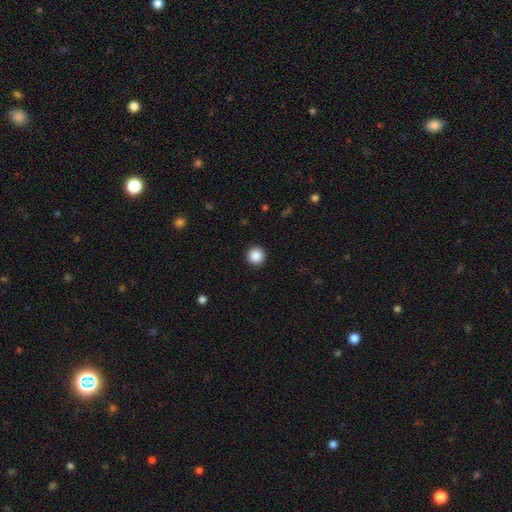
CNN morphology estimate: smooth-or-featured: smooth: 88% | star or artifact: 10% | featured or disk: 3%
  how-rounded: round: 96% | in between: 3% | cigar-shaped: 1%
  merging: none: 93% | minor disturbance: 4% | major disturbance: 2% | merger: 1%